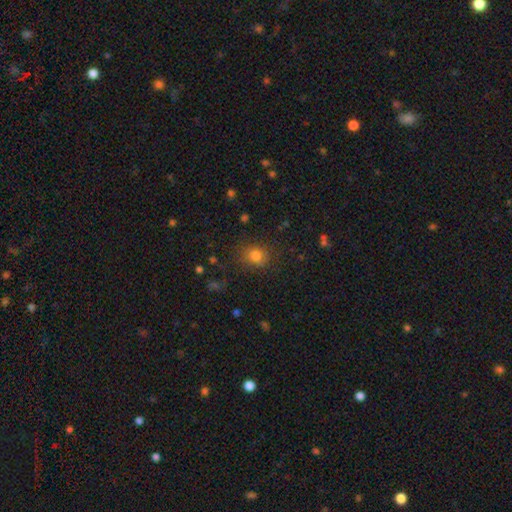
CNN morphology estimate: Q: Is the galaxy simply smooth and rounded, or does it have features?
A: smooth — 79%.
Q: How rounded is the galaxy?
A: round — 69%.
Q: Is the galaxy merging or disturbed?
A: none — 77%.